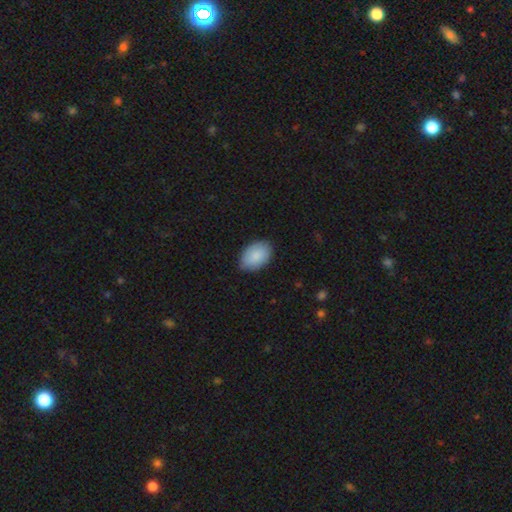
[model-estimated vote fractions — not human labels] Smooth or featured?
  - smooth: 88% *
  - featured or disk: 6%
  - star or artifact: 6%
How rounded?
  - in between: 89% *
  - round: 10%
  - cigar-shaped: 1%
Merging?
  - none: 83% *
  - minor disturbance: 14%
  - major disturbance: 2%
  - merger: 1%